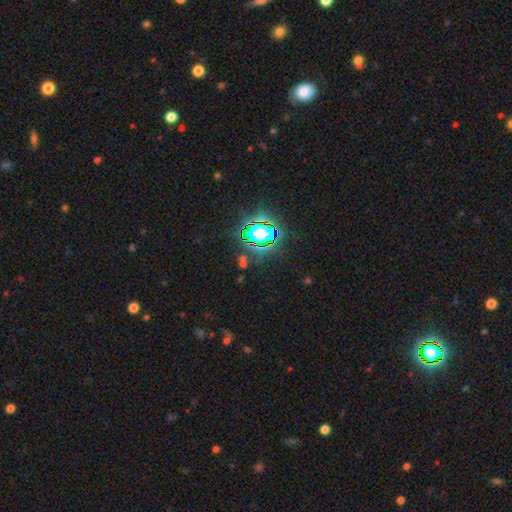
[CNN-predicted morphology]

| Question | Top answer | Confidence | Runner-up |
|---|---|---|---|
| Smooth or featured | star or artifact | 82% | smooth (11%) |